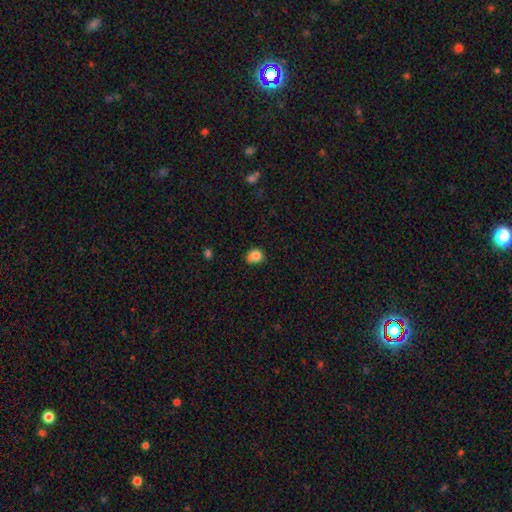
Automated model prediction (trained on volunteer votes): Smooth or featured? Predicted: smooth (p=0.80). How rounded? Predicted: round (p=0.68). Merging? Predicted: none (p=0.52).